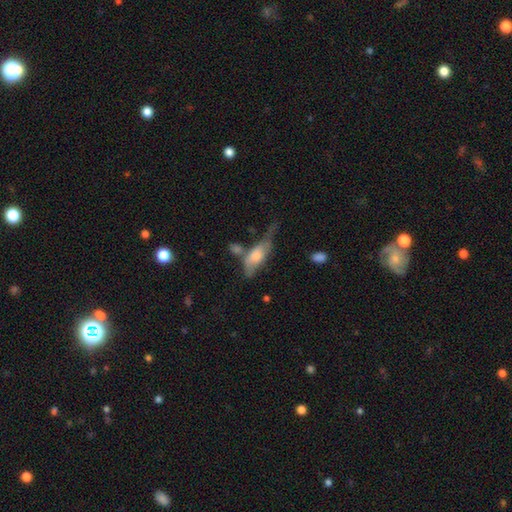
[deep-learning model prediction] Smooth or featured? Predicted: smooth (p=0.60). How rounded? Predicted: in between (p=0.70). Merging? Predicted: major disturbance (p=0.27).